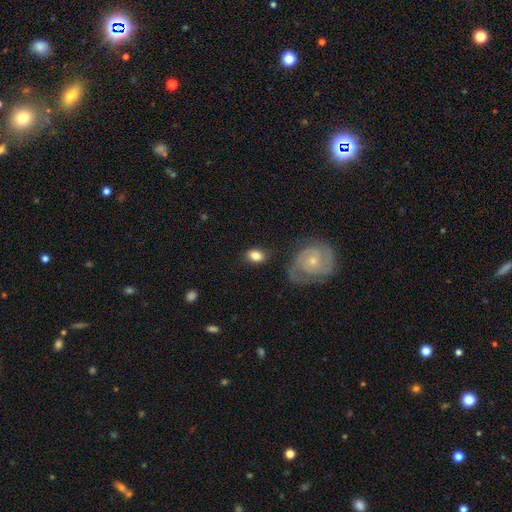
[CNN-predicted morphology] Smooth or featured?
  - smooth: 76% *
  - featured or disk: 16%
  - star or artifact: 7%
How rounded?
  - in between: 71% *
  - round: 28%
  - cigar-shaped: 1%
Merging?
  - none: 74% *
  - minor disturbance: 16%
  - major disturbance: 6%
  - merger: 4%